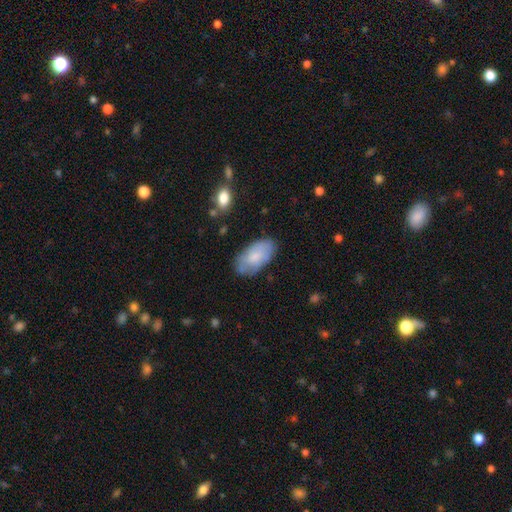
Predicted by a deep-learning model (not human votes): Smooth or featured? smooth (74%)
How rounded? in between (95%)
Merging? none (71%)